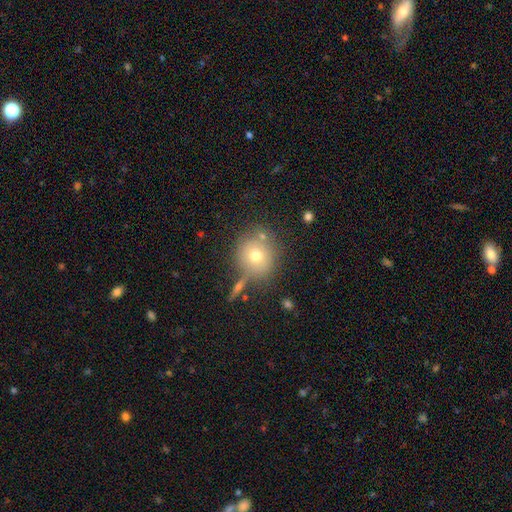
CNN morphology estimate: Q: Smooth or featured?
A: smooth (69%); runner-up: featured or disk (17%)
Q: How rounded?
A: round (89%); runner-up: in between (9%)
Q: Merging?
A: none (74%); runner-up: minor disturbance (12%)